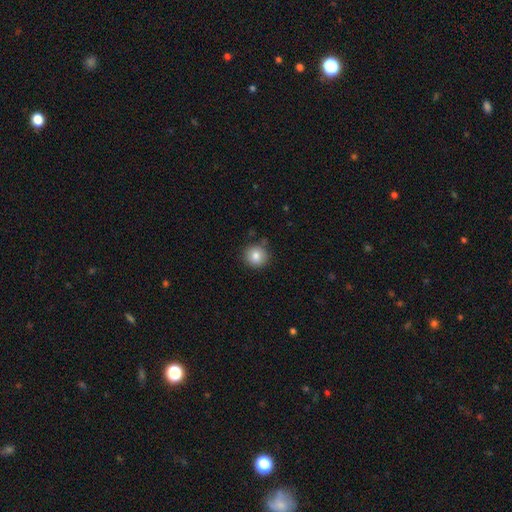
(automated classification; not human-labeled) This is clearly a smooth galaxy (83%). How rounded: clearly round (90%). Merging: clearly none (84%).